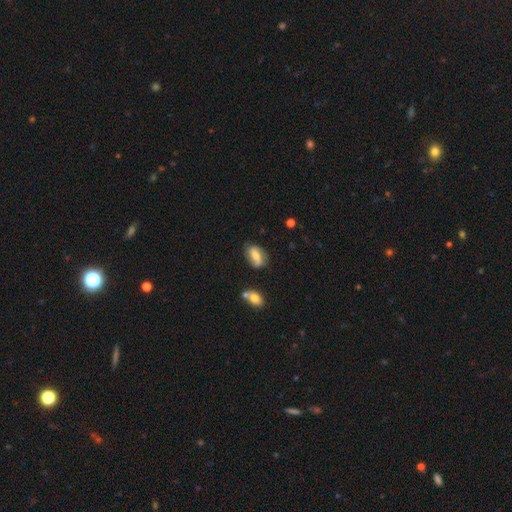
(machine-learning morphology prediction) type=smooth (52%); roundness=in between (85%); merging=none (68%).